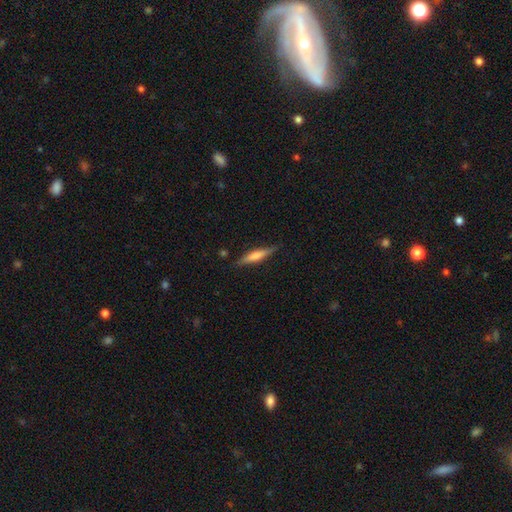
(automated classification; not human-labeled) A smooth galaxy with no disk features (55%) that is cigar-shaped (83%).

Vote fractions:
- Smooth or featured? smooth: 55% / featured or disk: 39% / star or artifact: 6%
- How rounded? cigar-shaped: 83% / in between: 15% / round: 2%
- Merging? none: 85% / minor disturbance: 11% / major disturbance: 2% / merger: 1%